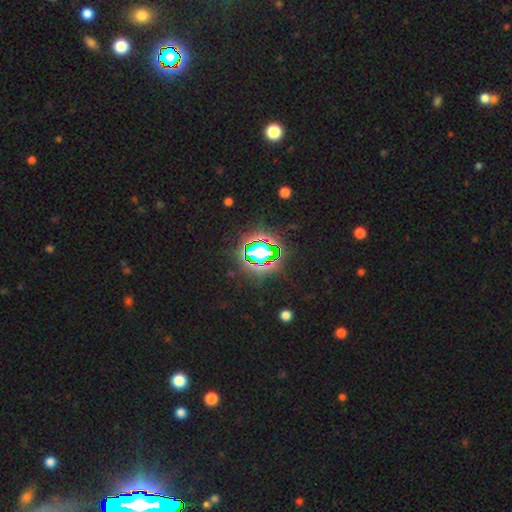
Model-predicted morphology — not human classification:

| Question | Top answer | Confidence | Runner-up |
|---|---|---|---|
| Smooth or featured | star or artifact | 74% | smooth (16%) |